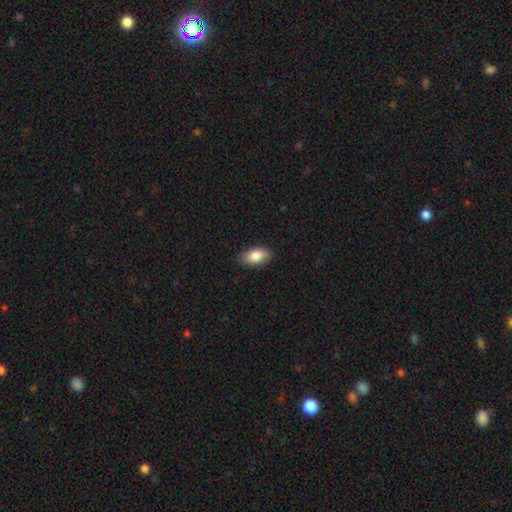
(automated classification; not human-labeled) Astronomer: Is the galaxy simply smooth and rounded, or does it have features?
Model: smooth — 86%.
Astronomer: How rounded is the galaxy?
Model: in between — 93%.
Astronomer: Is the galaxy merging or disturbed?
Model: none — 86%.